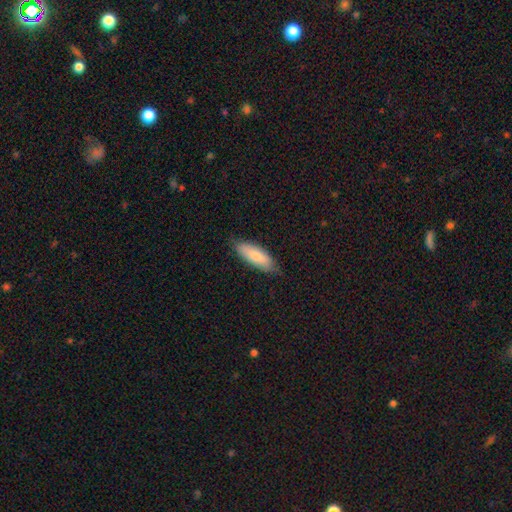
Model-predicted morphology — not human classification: smooth-or-featured: smooth: 78% | featured or disk: 16% | star or artifact: 6%
  how-rounded: in between: 67% | cigar-shaped: 32% | round: 2%
  merging: none: 78% | minor disturbance: 19% | major disturbance: 3% | merger: 1%